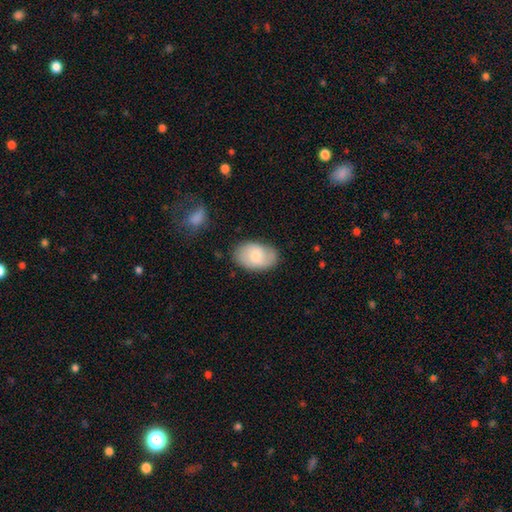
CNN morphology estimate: The model was most divided on "smooth or featured": smooth: 64%, featured or disk: 30%, star or artifact: 6%. More confident: how rounded — in between (89%); merging — none (75%).